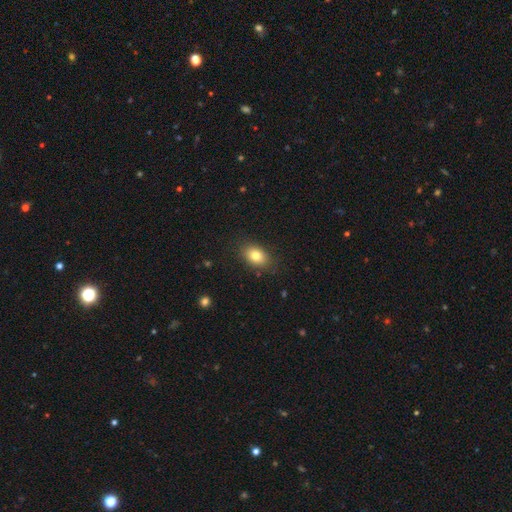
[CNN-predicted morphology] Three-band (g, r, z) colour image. It shows a smooth galaxy with no disk features (80%) that is in between round and cigar-shaped (80%). Merging: none (85%).